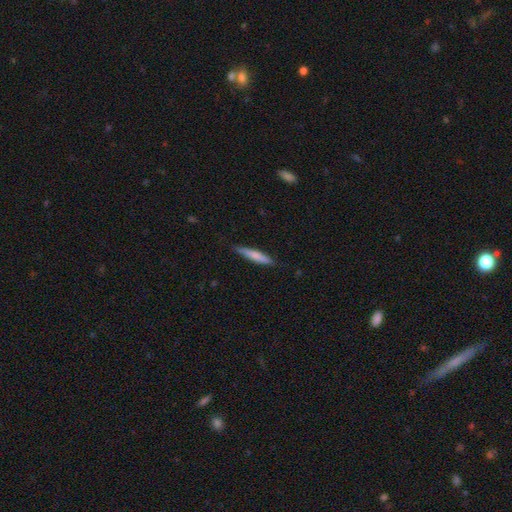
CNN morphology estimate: Smooth or featured?
  - smooth: 74% *
  - featured or disk: 20%
  - star or artifact: 5%
How rounded?
  - cigar-shaped: 90% *
  - in between: 8%
  - round: 1%
Merging?
  - none: 84% *
  - minor disturbance: 13%
  - major disturbance: 2%
  - merger: 1%